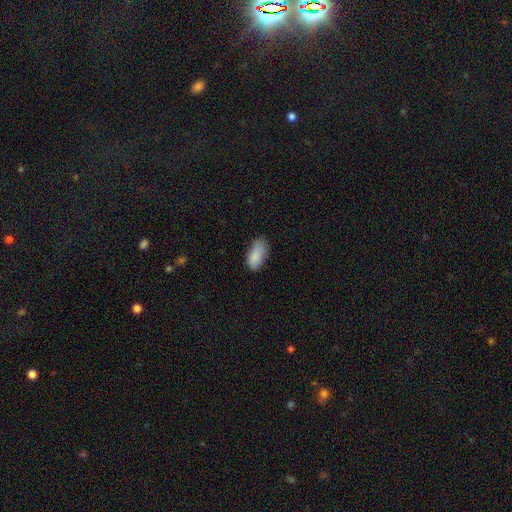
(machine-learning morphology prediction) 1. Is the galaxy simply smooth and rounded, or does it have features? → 88% smooth, 7% star or artifact, 5% featured or disk.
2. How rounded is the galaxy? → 92% in between, 5% cigar-shaped, 2% round.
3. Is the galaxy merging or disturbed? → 70% none, 24% minor disturbance, 4% major disturbance, 1% merger.